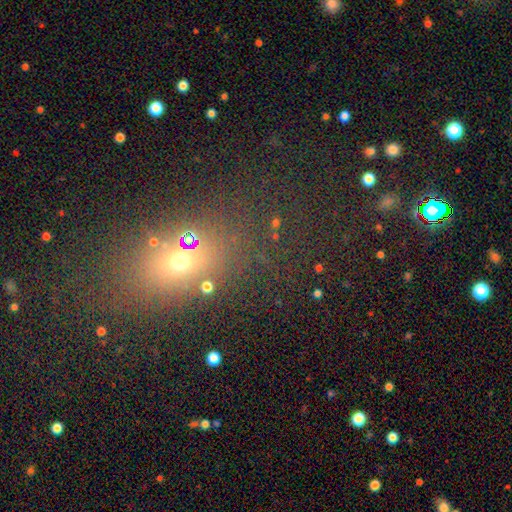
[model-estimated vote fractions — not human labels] A smooth galaxy with no disk features (45%).

Vote fractions:
- Smooth or featured? smooth: 45% / star or artifact: 41% / featured or disk: 14%
- Merging? none: 74% / minor disturbance: 11% / merger: 7% / major disturbance: 7%